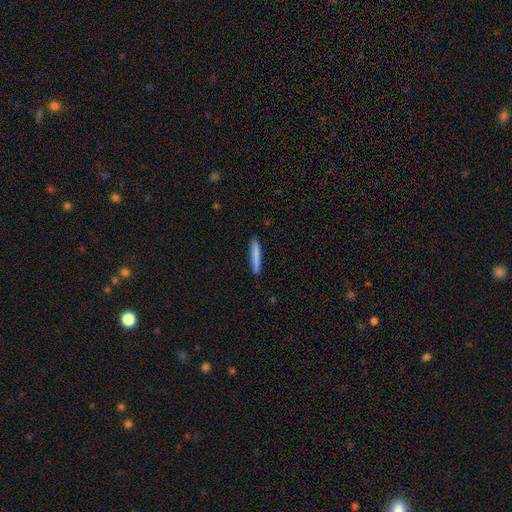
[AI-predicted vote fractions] smooth_or_featured: smooth (p=0.82) [alt: featured or disk p=0.12]
how_rounded: cigar-shaped (p=0.94) [alt: in between p=0.05]
merging: none (p=0.89) [alt: minor disturbance p=0.08]